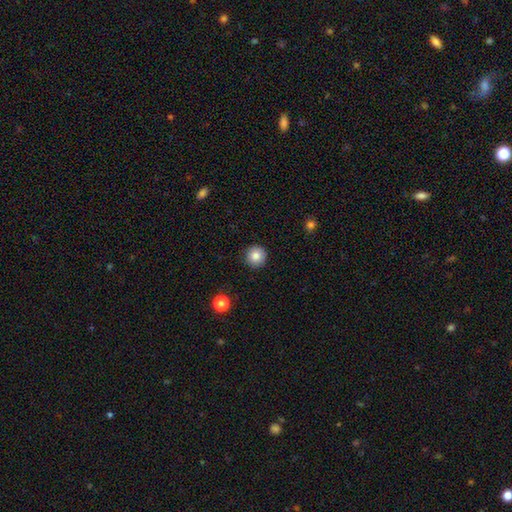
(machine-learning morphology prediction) Smooth or featured? smooth (84%)
How rounded? round (95%)
Merging? none (92%)